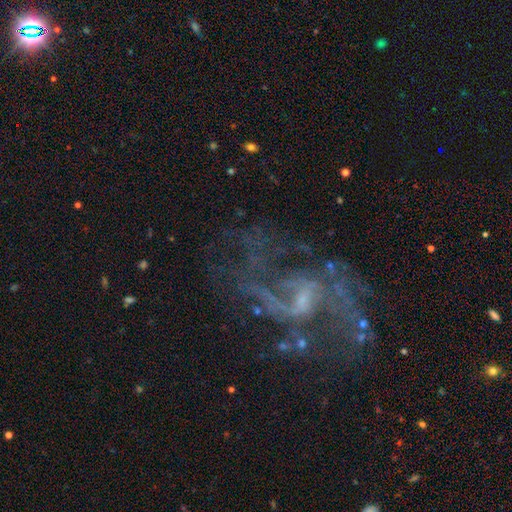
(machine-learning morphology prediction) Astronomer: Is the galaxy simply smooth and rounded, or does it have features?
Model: featured or disk — 79%.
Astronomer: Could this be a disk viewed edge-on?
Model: no — 97%.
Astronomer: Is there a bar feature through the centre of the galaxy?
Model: weak — 50% (runner-up: no, 37%).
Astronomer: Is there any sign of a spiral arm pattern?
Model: yes — 85%.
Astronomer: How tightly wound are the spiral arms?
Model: loose — 58% (runner-up: medium, 33%).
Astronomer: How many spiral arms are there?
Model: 2 — 70%.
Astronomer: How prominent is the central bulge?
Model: small — 53%.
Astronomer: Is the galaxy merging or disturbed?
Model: none — 55%.